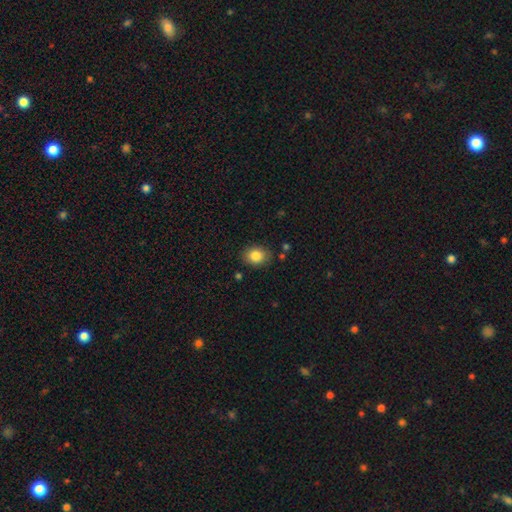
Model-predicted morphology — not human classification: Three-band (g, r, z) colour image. It shows a smooth galaxy with no disk features (85%) that is in between round and cigar-shaped (52%). Merging: none (84%).